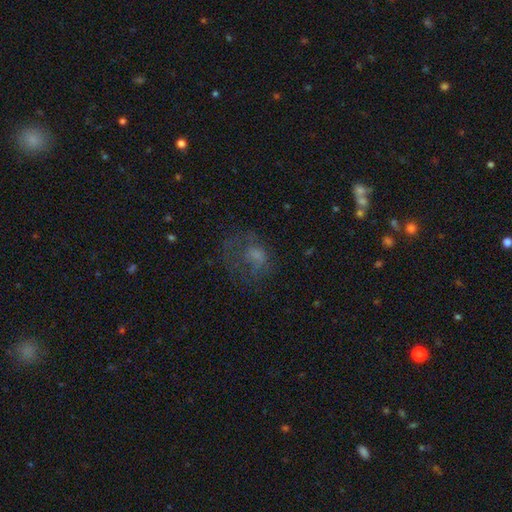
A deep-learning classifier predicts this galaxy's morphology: A smooth galaxy with no disk features (48%). Merging: major disturbance (43%).